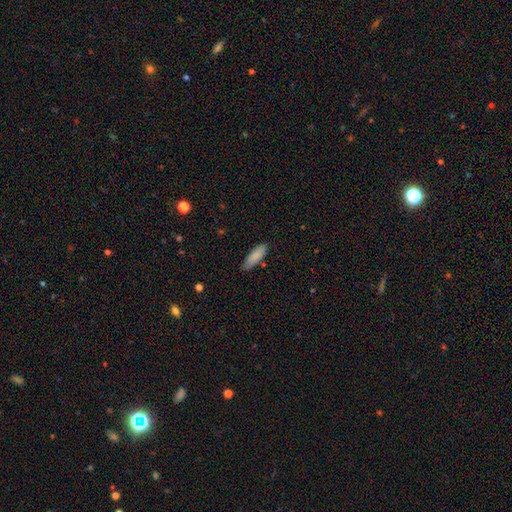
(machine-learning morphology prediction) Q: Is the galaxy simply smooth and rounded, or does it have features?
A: smooth — 85%.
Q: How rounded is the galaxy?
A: in between — 59%.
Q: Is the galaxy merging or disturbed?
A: none — 73%.